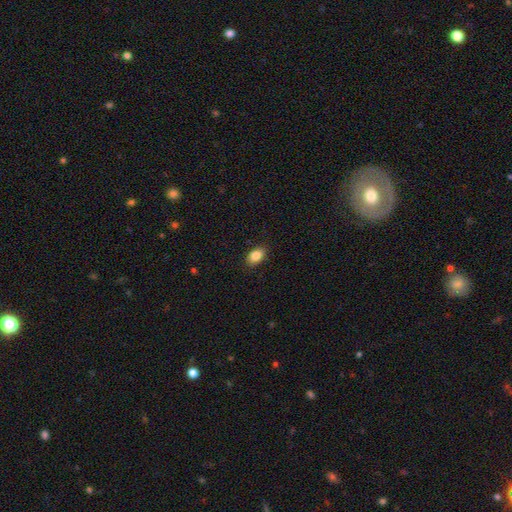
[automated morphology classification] Q: Smooth or featured?
A: smooth (86%); runner-up: star or artifact (8%)
Q: How rounded?
A: in between (87%); runner-up: round (11%)
Q: Merging?
A: none (87%); runner-up: minor disturbance (10%)